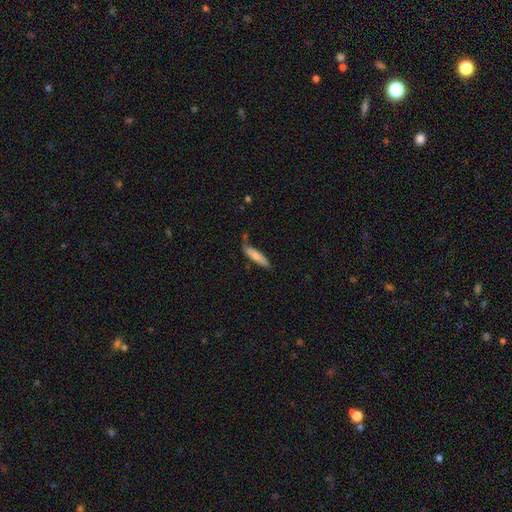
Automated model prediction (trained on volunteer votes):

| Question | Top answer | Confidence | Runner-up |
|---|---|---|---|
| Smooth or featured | smooth | 77% | featured or disk (18%) |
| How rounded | cigar-shaped | 75% | in between (23%) |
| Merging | none | 65% | minor disturbance (23%) |